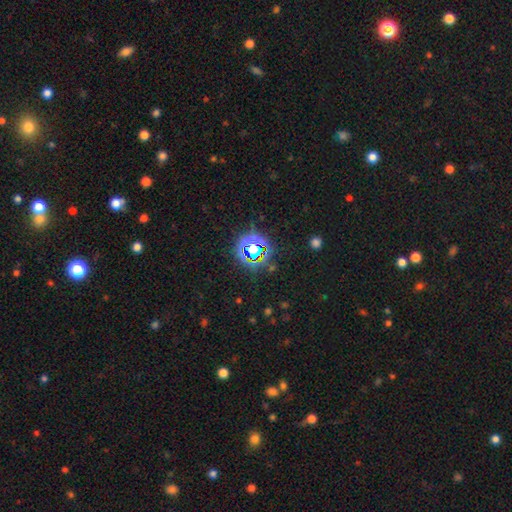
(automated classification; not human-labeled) A star or artifact, not a galaxy (72%).